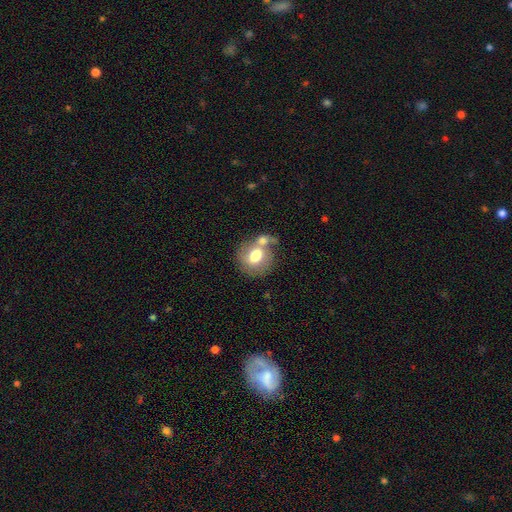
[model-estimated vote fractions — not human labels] Overall: smooth (67%). How rounded: round (69%; in between 30%). Merging: merger (40%; none 38%).